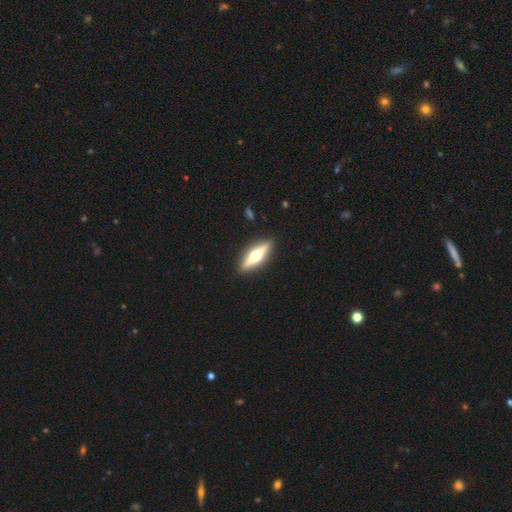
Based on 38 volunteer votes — A featured or disk galaxy (76%) viewed edge-on (97%) with a rounded central bulge (100%).

Vote fractions:
- Smooth or featured? featured or disk: 76% / smooth: 21% / star or artifact: 3%
- Edge-on disk? yes: 97% / no: 3%
- Edge-on bulge? rounded: 100% / boxy: 0% / none: 0%
- Merging? none: 95% / minor disturbance: 3% / major disturbance: 3% / merger: 0%